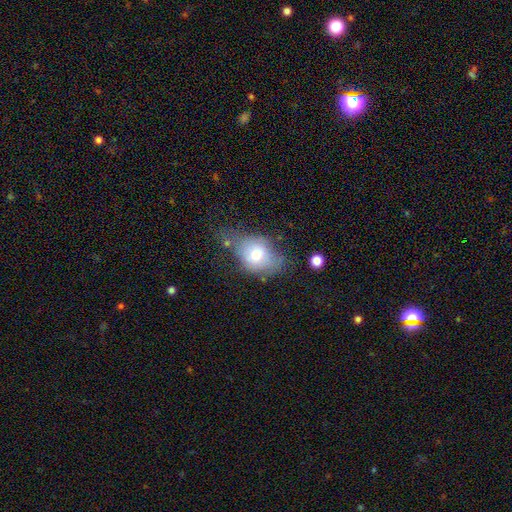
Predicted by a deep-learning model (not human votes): Smooth or featured?
  - smooth: 67% *
  - featured or disk: 24%
  - star or artifact: 9%
How rounded?
  - in between: 65% *
  - round: 34%
  - cigar-shaped: 2%
Merging?
  - none: 35% *
  - minor disturbance: 33%
  - major disturbance: 24%
  - merger: 8%